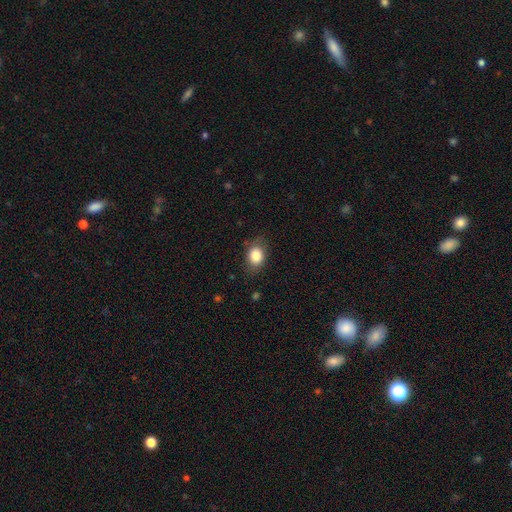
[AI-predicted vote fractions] A smooth galaxy with no disk features (84%) that is in between round and cigar-shaped (60%).

Vote fractions:
- Smooth or featured? smooth: 84% / star or artifact: 8% / featured or disk: 8%
- How rounded? in between: 60% / round: 39% / cigar-shaped: 1%
- Merging? none: 75% / minor disturbance: 18% / major disturbance: 5% / merger: 1%